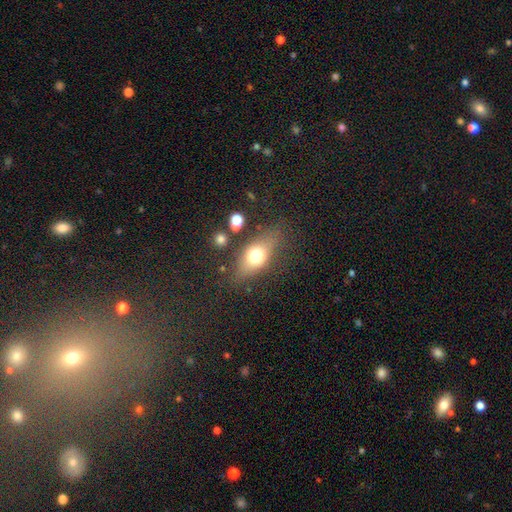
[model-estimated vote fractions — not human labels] Morphology: type=smooth (65%); roundness=in between (73%); merging=none (69%).